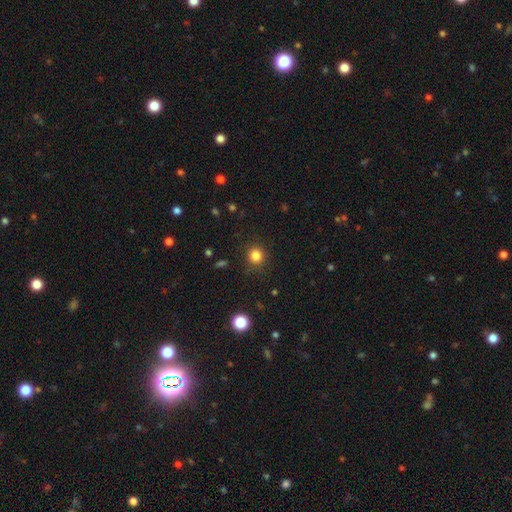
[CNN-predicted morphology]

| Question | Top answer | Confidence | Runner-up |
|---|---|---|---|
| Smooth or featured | smooth | 83% | star or artifact (13%) |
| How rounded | round | 92% | in between (8%) |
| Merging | none | 88% | minor disturbance (8%) |